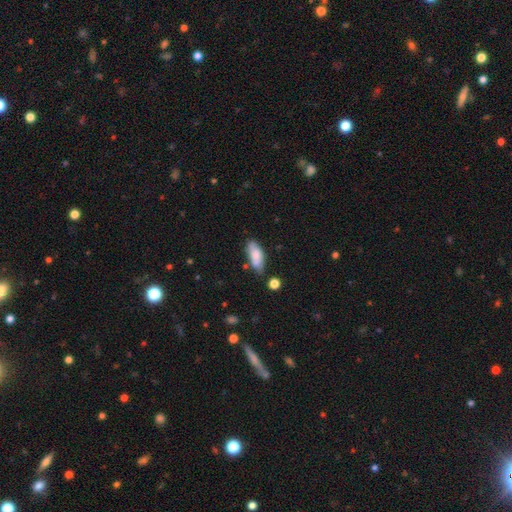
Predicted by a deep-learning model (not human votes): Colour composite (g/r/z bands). It shows a smooth galaxy with no disk features (79%) that is in between round and cigar-shaped (74%). Merging: none (63%).